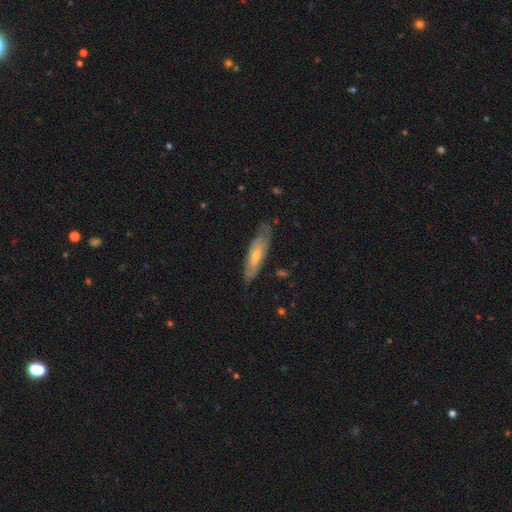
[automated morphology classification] Smooth or featured? featured or disk (58%)
Edge-on disk? no (64%)
Merging? none (70%)